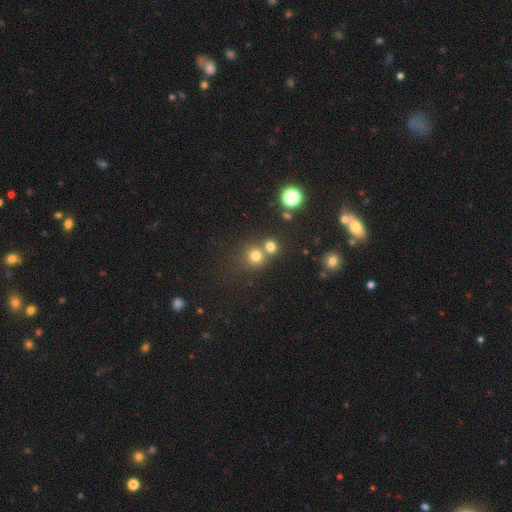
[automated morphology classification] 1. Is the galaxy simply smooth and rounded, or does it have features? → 74% smooth, 18% star or artifact, 8% featured or disk.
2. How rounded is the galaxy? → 87% round, 12% in between, 1% cigar-shaped.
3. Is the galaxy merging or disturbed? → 55% none, 35% merger, 7% minor disturbance, 3% major disturbance.